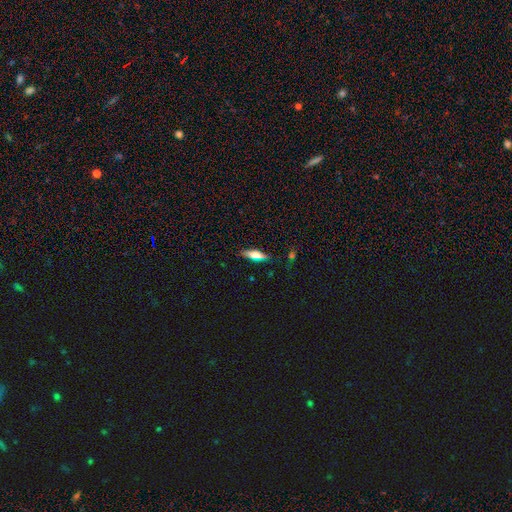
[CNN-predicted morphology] A smooth galaxy with no disk features (53%) that is cigar-shaped (53%). Merging: none (84%).